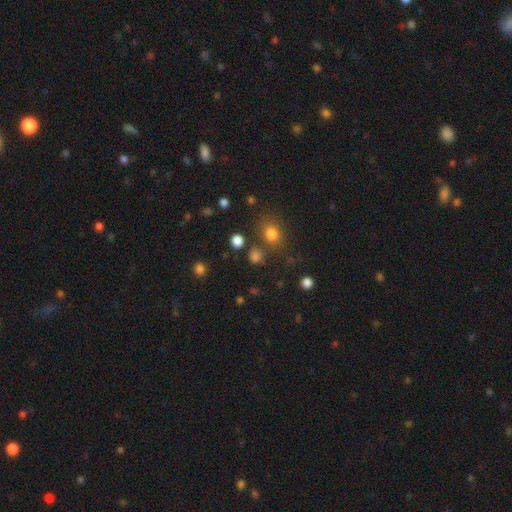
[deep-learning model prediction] Smooth or featured? Predicted: smooth (p=0.75). How rounded? Predicted: round (p=0.78). Merging? Predicted: none (p=0.75).